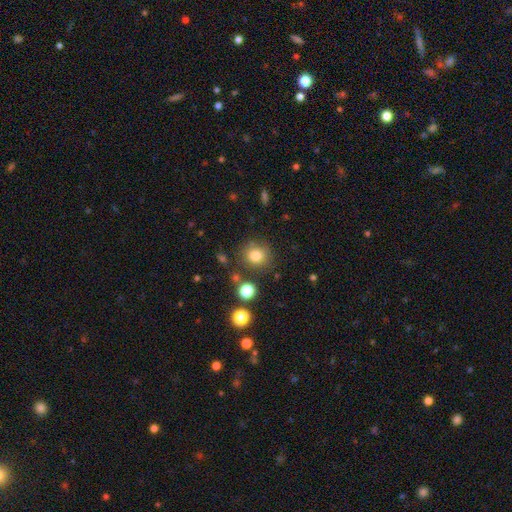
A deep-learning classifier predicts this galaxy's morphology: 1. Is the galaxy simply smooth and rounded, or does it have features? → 81% smooth, 12% star or artifact, 7% featured or disk.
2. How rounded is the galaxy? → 88% round, 11% in between, 1% cigar-shaped.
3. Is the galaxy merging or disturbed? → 80% none, 11% minor disturbance, 5% merger, 4% major disturbance.